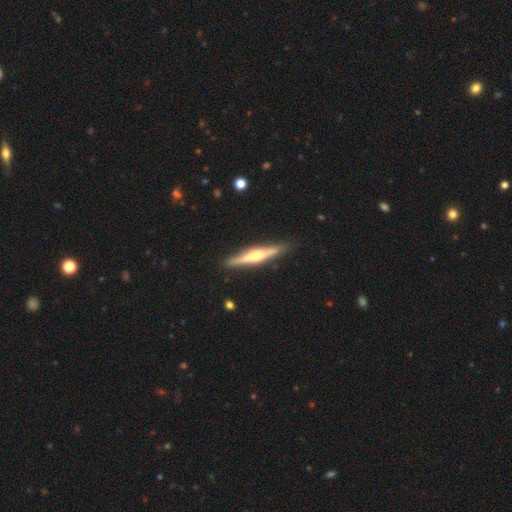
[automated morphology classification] Overall: featured or disk (63%; smooth 32%). Edge-on disk: yes (96%). Edge-on bulge: rounded (69%). Merging: none (86%).